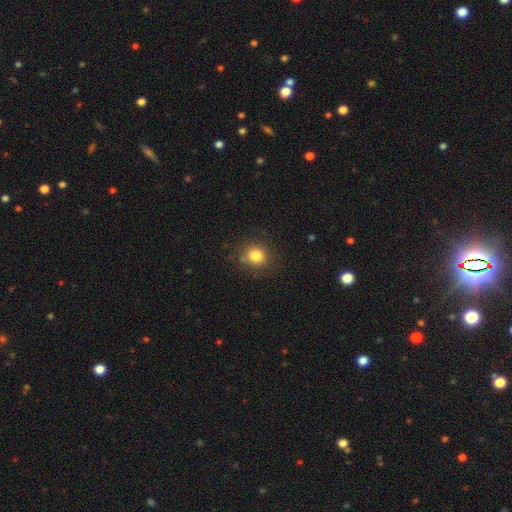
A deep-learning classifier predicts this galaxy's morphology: Smooth or featured: smooth — 82% (star or artifact — 12%)
How rounded: round — 83% (in between — 16%)
Merging: none — 81% (minor disturbance — 13%)